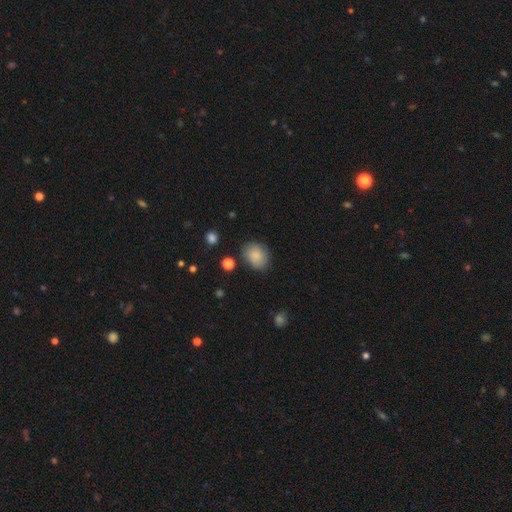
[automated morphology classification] This appears to be a smooth galaxy with no disk features (86%) that is in between round and cigar-shaped (55%). Merging: none (80%).